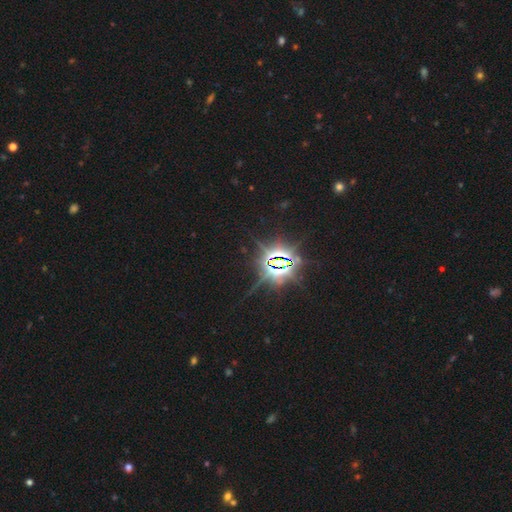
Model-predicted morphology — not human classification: type=star or artifact (86%).